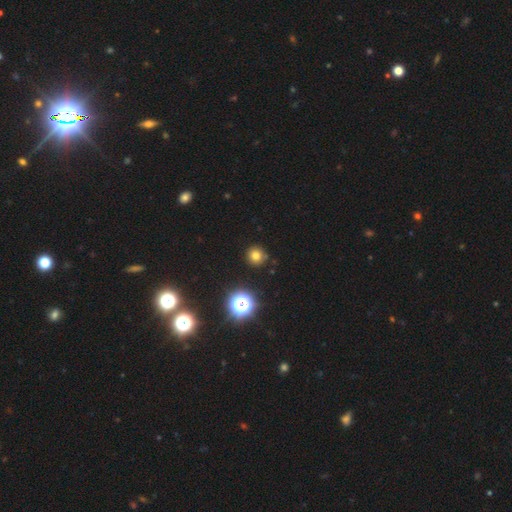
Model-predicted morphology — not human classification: smooth-or-featured: smooth: 74% | star or artifact: 19% | featured or disk: 7%
  how-rounded: round: 94% | in between: 5% | cigar-shaped: 1%
  merging: none: 89% | minor disturbance: 6% | merger: 3% | major disturbance: 2%